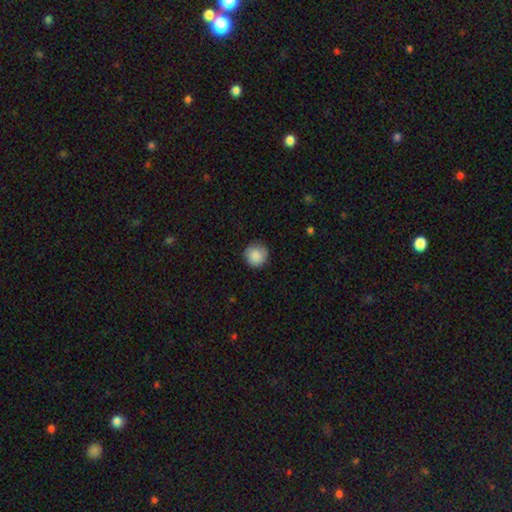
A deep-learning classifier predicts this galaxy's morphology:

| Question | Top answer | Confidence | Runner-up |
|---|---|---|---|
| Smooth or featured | smooth | 87% | star or artifact (8%) |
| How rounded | round | 94% | in between (5%) |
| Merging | none | 84% | minor disturbance (12%) |